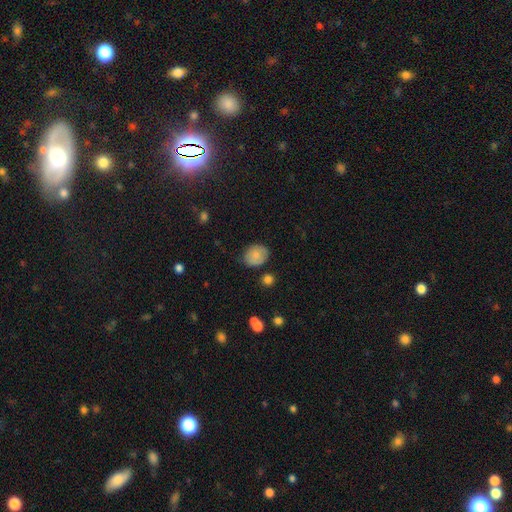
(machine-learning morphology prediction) This is clearly a smooth galaxy (81%). How rounded: possibly round (55%). Merging: likely none (75%).